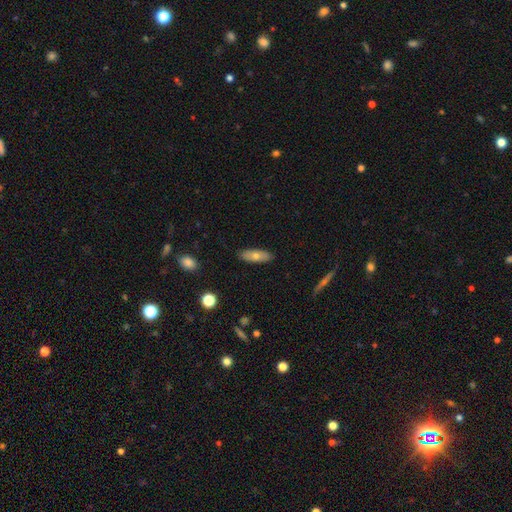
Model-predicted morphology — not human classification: Smooth or featured?
  - smooth: 67% *
  - featured or disk: 26%
  - star or artifact: 7%
How rounded?
  - in between: 65% *
  - cigar-shaped: 32%
  - round: 3%
Merging?
  - none: 87% *
  - minor disturbance: 9%
  - major disturbance: 2%
  - merger: 1%